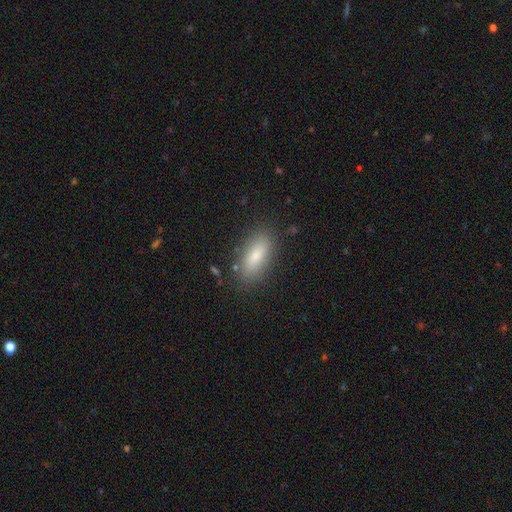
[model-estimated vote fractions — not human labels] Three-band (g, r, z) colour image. It shows a smooth galaxy with no disk features (81%) that is in between round and cigar-shaped (78%). Merging: none (83%).